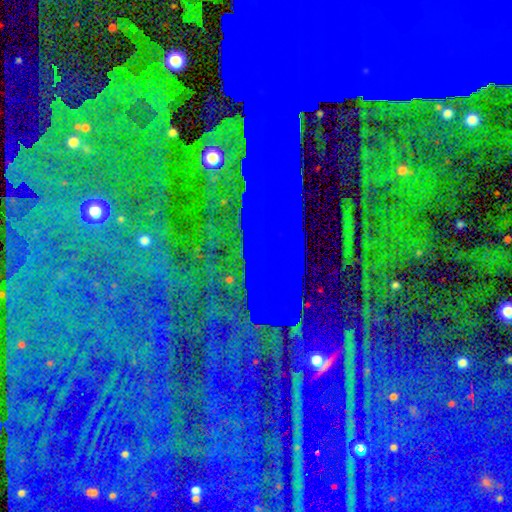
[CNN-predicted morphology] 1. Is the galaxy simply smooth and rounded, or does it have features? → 85% star or artifact, 8% featured or disk, 7% smooth.